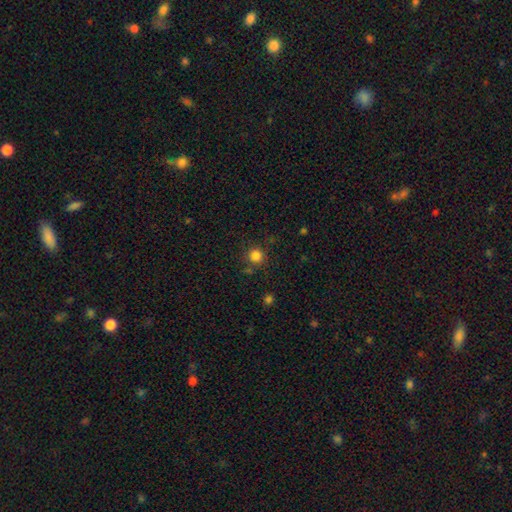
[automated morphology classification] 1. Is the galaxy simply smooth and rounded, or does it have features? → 83% smooth, 13% star or artifact, 4% featured or disk.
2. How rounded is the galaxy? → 94% round, 5% in between, 1% cigar-shaped.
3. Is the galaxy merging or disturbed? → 83% none, 10% minor disturbance, 4% merger, 3% major disturbance.